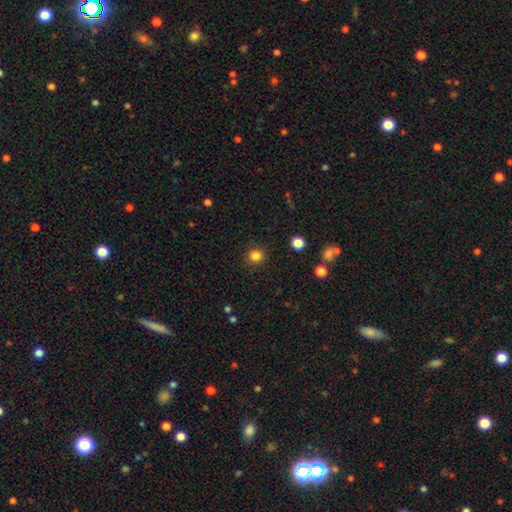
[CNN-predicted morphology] Smooth or featured: smooth — 83% (star or artifact — 13%)
How rounded: round — 94% (in between — 5%)
Merging: none — 91% (minor disturbance — 5%)